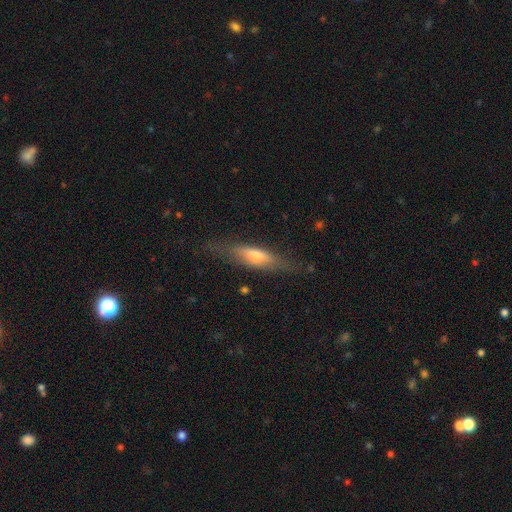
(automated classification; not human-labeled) Smooth or featured?
  - smooth: 47% *
  - featured or disk: 46%
  - star or artifact: 7%
Merging?
  - none: 75% *
  - minor disturbance: 18%
  - major disturbance: 6%
  - merger: 1%